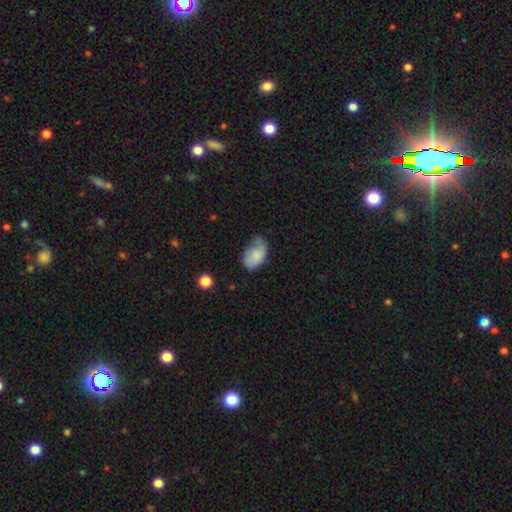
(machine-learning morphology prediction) smooth_or_featured: smooth (p=0.74) [alt: featured or disk p=0.19]
how_rounded: in between (p=0.91) [alt: round p=0.07]
merging: minor disturbance (p=0.41) [tied with: none p=0.41]